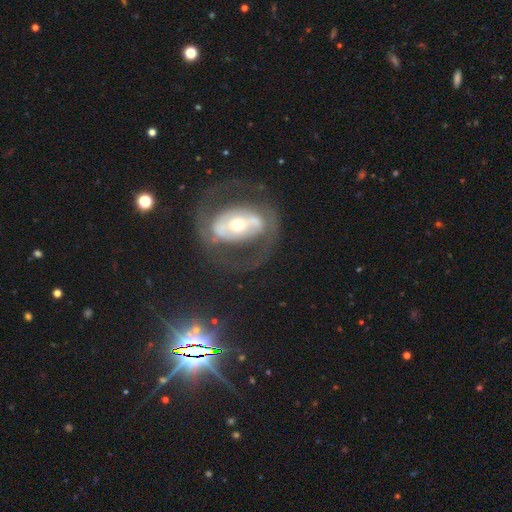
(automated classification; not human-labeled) Smooth or featured? featured or disk (77%)
Edge-on disk? no (91%)
Bar? strong (49%)
Spiral arms? yes (71%)
Spiral winding? tight (41%)
Spiral arm count? 2 (73%)
Bulge size? moderate (48%)
Merging? none (71%)